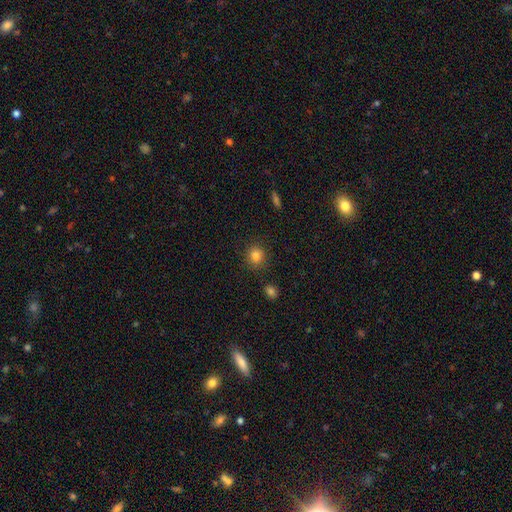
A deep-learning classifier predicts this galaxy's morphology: Smooth or featured? Predicted: smooth (p=0.83). How rounded? Predicted: round (p=0.84). Merging? Predicted: none (p=0.87).